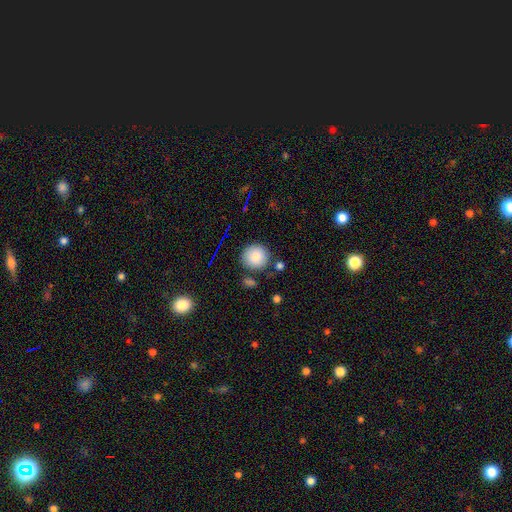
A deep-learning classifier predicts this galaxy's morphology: Overall: smooth (84%). How rounded: round (92%). Merging: none (81%).